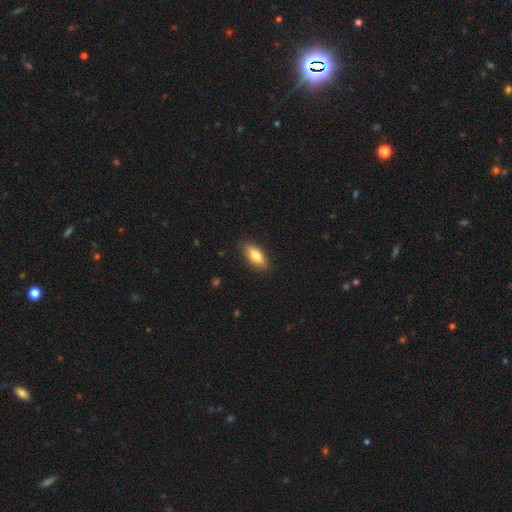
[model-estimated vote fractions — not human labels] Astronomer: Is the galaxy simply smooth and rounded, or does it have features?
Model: smooth — 78%.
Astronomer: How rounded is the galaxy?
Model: in between — 80%.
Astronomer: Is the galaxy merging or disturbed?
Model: none — 87%.